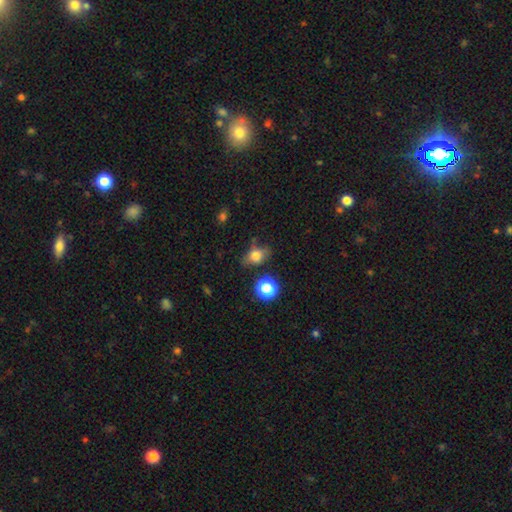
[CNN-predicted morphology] A smooth galaxy with no disk features (72%) that is in between round and cigar-shaped (67%).

Vote fractions:
- Smooth or featured? smooth: 72% / featured or disk: 15% / star or artifact: 13%
- How rounded? in between: 67% / round: 29% / cigar-shaped: 4%
- Merging? none: 66% / minor disturbance: 22% / major disturbance: 7% / merger: 5%